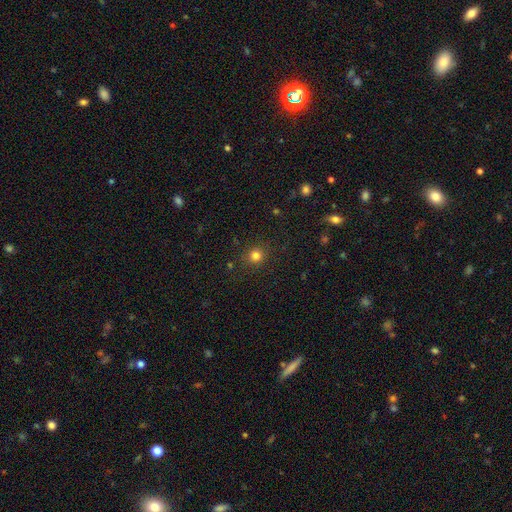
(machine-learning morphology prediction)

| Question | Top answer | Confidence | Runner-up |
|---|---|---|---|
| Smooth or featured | smooth | 80% | star or artifact (14%) |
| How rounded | round | 89% | in between (10%) |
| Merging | none | 88% | minor disturbance (7%) |